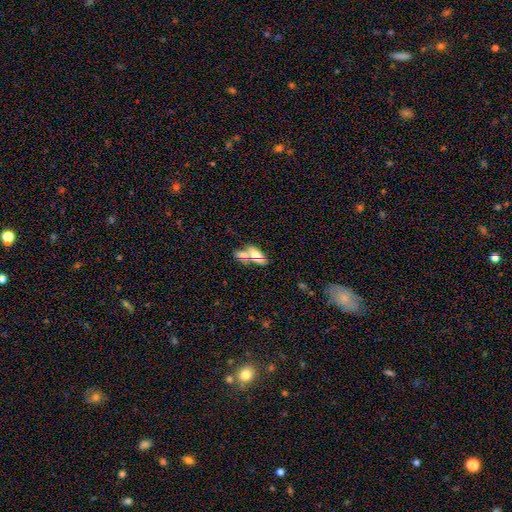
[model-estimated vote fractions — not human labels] This appears to be a smooth galaxy with no disk features (58%) that is in between round and cigar-shaped (76%). Merging: merger (51%).